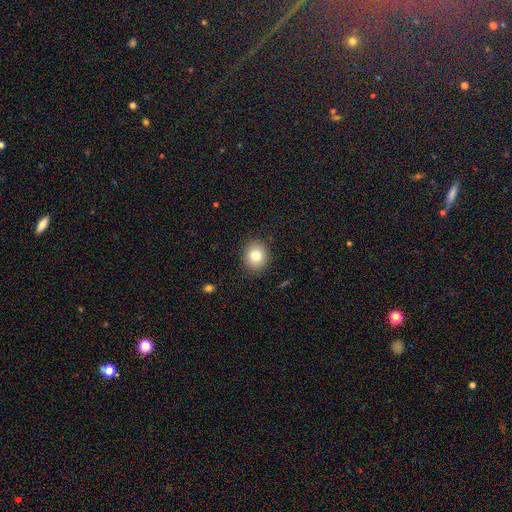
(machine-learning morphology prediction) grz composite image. It shows a smooth galaxy with no disk features (80%) that is round (72%). Merging: none (89%).